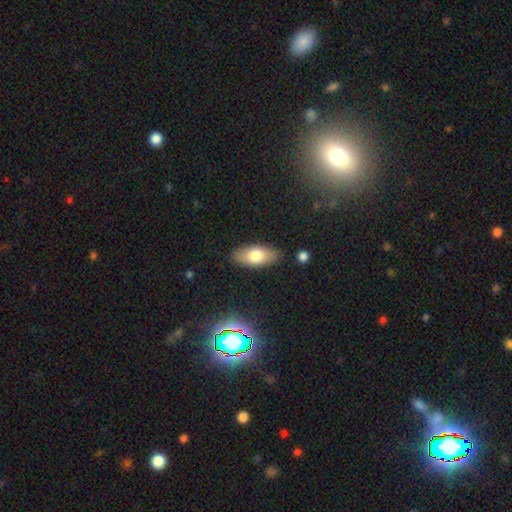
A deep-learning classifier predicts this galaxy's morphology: Smooth or featured? smooth (75%)
How rounded? in between (87%)
Merging? none (86%)